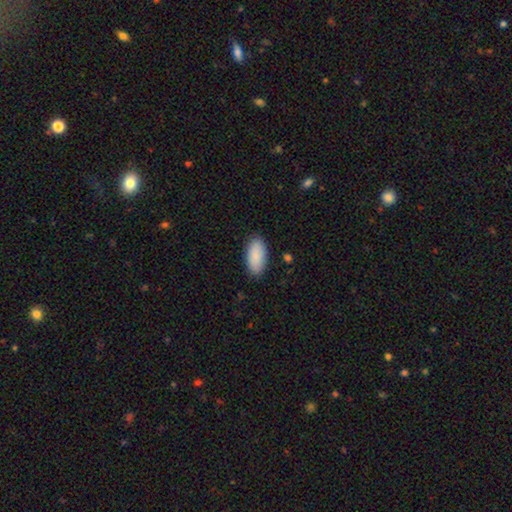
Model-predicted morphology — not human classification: A smooth galaxy with no disk features (89%) that is in between round and cigar-shaped (92%).

Vote fractions:
- Smooth or featured? smooth: 89% / star or artifact: 6% / featured or disk: 5%
- How rounded? in between: 92% / cigar-shaped: 6% / round: 2%
- Merging? none: 87% / minor disturbance: 9% / major disturbance: 2% / merger: 1%